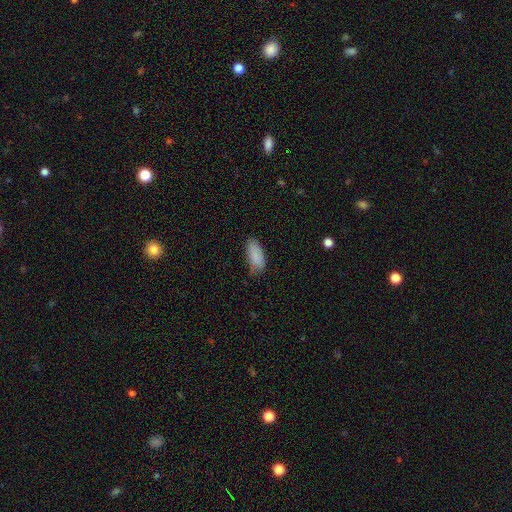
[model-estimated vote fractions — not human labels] Smooth or featured?
  - smooth: 88% *
  - star or artifact: 7%
  - featured or disk: 6%
How rounded?
  - in between: 84% *
  - cigar-shaped: 14%
  - round: 2%
Merging?
  - none: 73% *
  - minor disturbance: 22%
  - major disturbance: 4%
  - merger: 1%